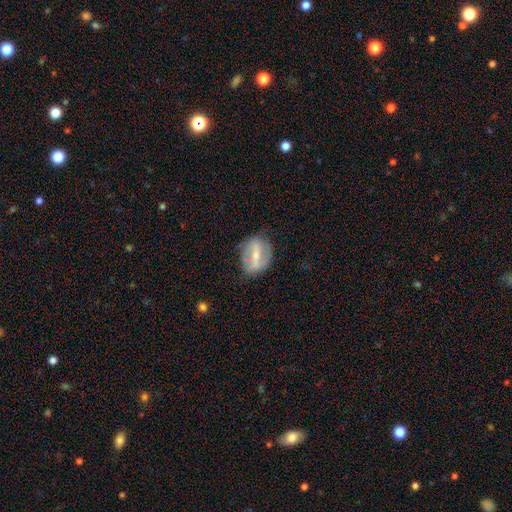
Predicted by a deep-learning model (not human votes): Q: Smooth or featured?
A: featured or disk (60%); runner-up: smooth (34%)
Q: Edge-on disk?
A: no (92%); runner-up: yes (8%)
Q: Bar?
A: strong (55%); runner-up: weak (31%)
Q: Spiral arms?
A: no (55%); runner-up: yes (45%)
Q: Bulge size?
A: moderate (48%); runner-up: small (46%)
Q: Merging?
A: none (69%); runner-up: minor disturbance (22%)